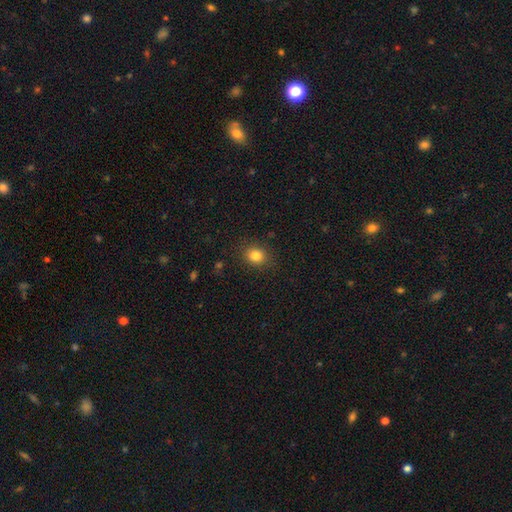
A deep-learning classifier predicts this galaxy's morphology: A smooth galaxy with no disk features (83%) that is round (66%).

Vote fractions:
- Smooth or featured? smooth: 83% / star or artifact: 12% / featured or disk: 6%
- How rounded? round: 66% / in between: 33% / cigar-shaped: 1%
- Merging? none: 87% / minor disturbance: 9% / major disturbance: 3% / merger: 1%